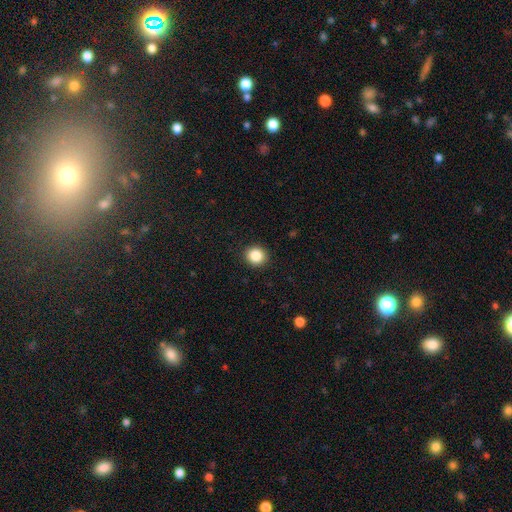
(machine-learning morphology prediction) Smooth or featured? smooth (86%)
How rounded? round (86%)
Merging? none (92%)